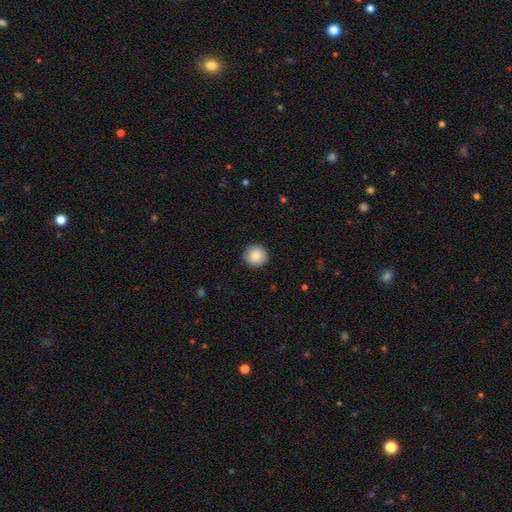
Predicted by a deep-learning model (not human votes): smooth 88%, star or artifact 7%, featured or disk 5%. Down the decision tree: how rounded — round (94%); merging — none (91%).